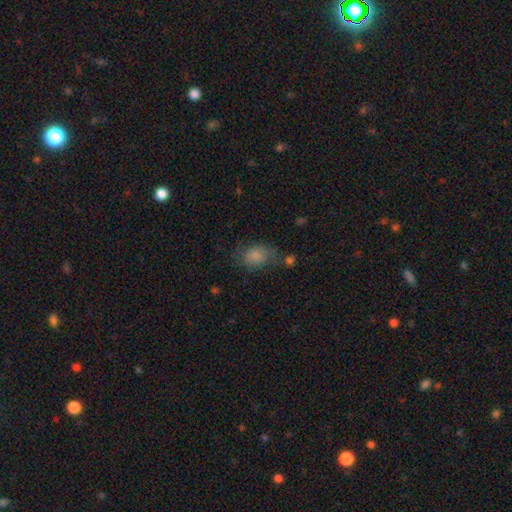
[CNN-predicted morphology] smooth-or-featured: smooth: 78% | featured or disk: 12% | star or artifact: 10%
  how-rounded: in between: 70% | round: 28% | cigar-shaped: 1%
  merging: none: 55% | minor disturbance: 26% | major disturbance: 14% | merger: 6%